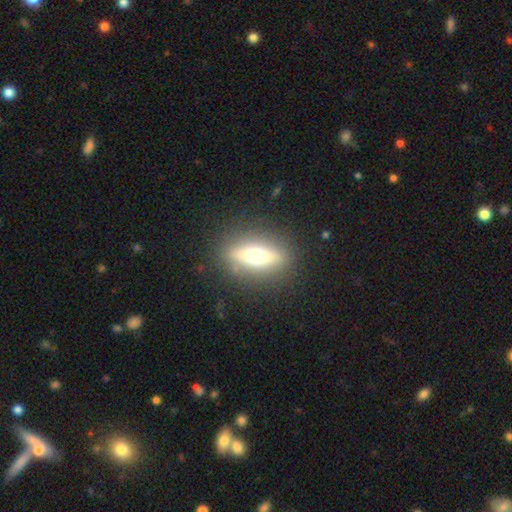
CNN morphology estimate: Smooth or featured? featured or disk (51%)
Edge-on disk? yes (78%)
Merging? none (87%)